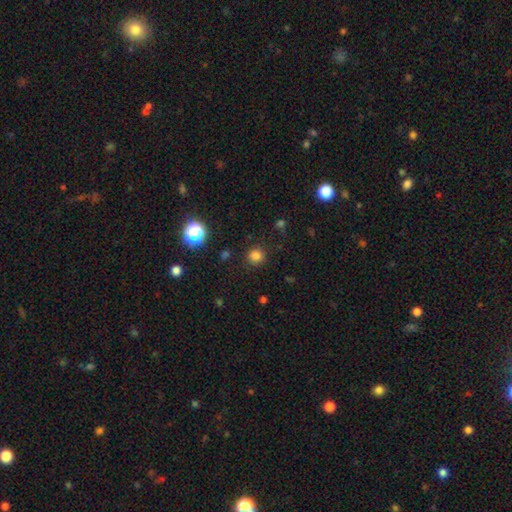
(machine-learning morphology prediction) This appears to be a smooth galaxy with no disk features (80%) that is round (91%). Merging: none (88%).